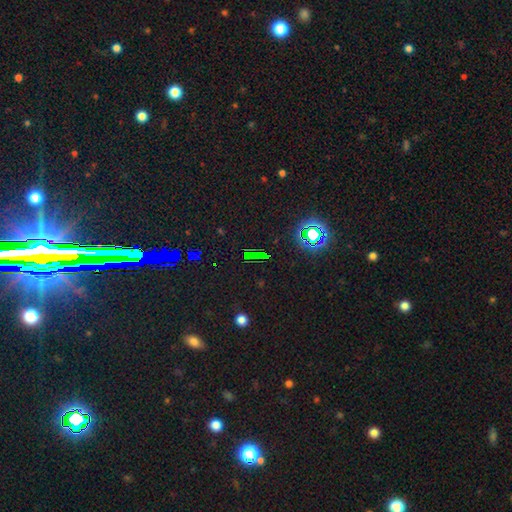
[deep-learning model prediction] Overall: star or artifact (74%).